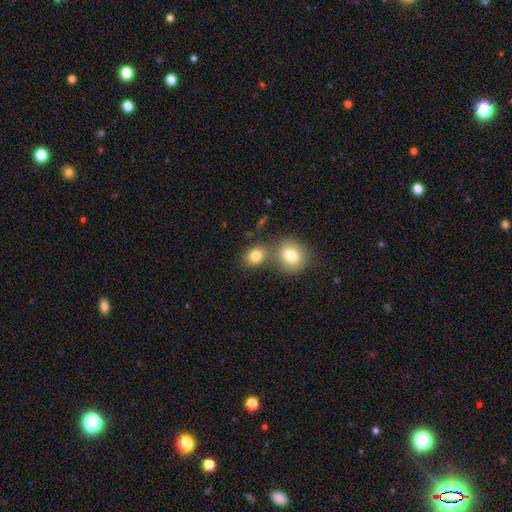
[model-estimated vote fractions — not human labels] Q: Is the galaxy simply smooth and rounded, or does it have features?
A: smooth — 82%.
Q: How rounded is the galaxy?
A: round — 52%.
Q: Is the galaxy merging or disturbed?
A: none — 52%.